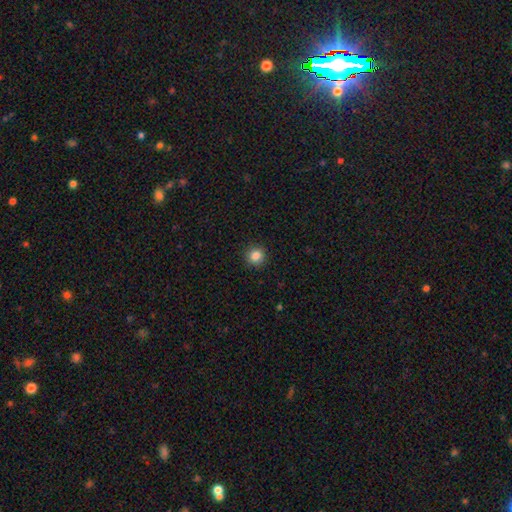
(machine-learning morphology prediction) smooth_or_featured: smooth (p=0.85) [alt: star or artifact p=0.11]
how_rounded: round (p=0.92) [alt: in between p=0.07]
merging: none (p=0.92) [alt: minor disturbance p=0.05]